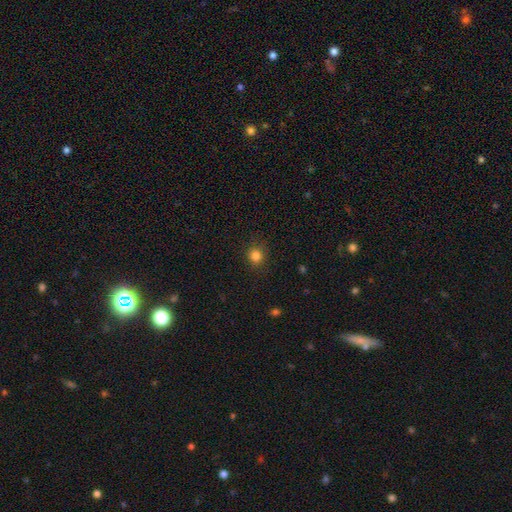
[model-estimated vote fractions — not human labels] The model was most divided on "smooth or featured": smooth: 82%, star or artifact: 13%, featured or disk: 4%. More confident: merging — none (87%); how rounded — round (85%).